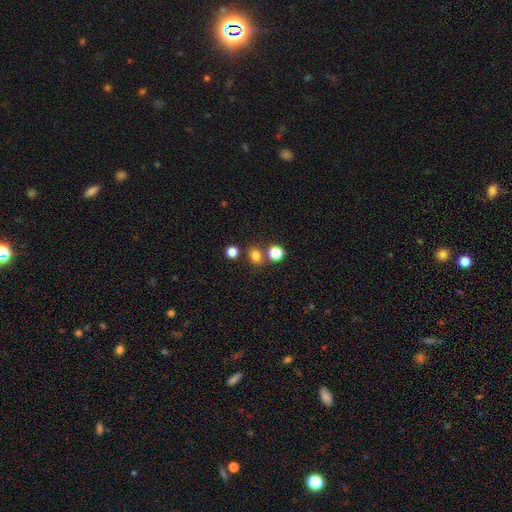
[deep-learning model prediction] A smooth galaxy with no disk features (79%) that is round (69%). Merging: none (72%).